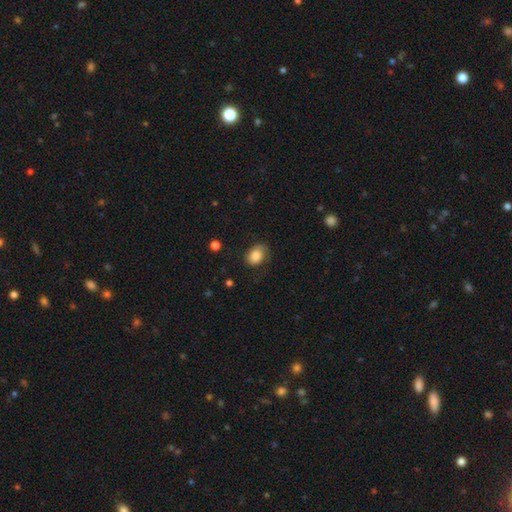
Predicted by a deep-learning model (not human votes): Q: Smooth or featured?
A: smooth (81%); runner-up: featured or disk (12%)
Q: How rounded?
A: in between (71%); runner-up: round (28%)
Q: Merging?
A: none (62%); runner-up: minor disturbance (25%)